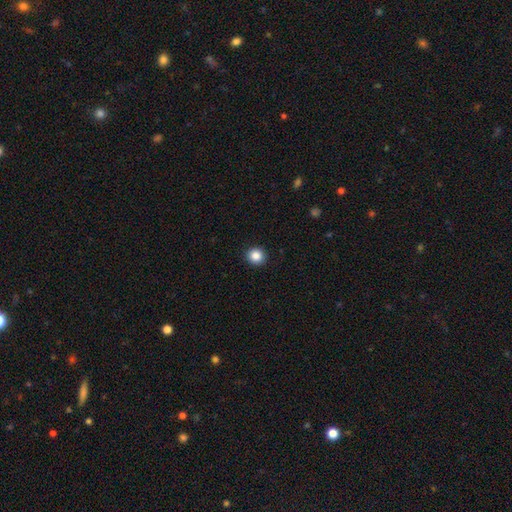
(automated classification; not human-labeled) Morphology: type=smooth (86%); roundness=round (92%); merging=none (93%).